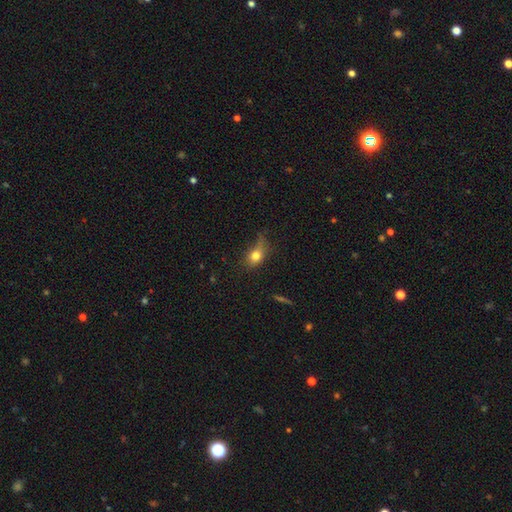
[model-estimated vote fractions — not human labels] Smooth or featured: smooth — 76% (featured or disk — 13%)
How rounded: in between — 62% (round — 33%)
Merging: none — 44% (minor disturbance — 32%)